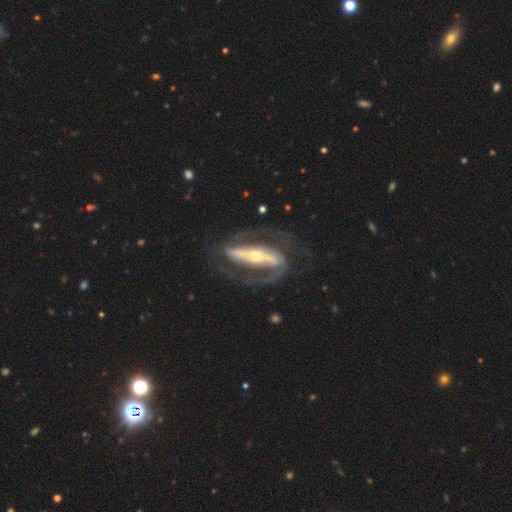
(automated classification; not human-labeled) This appears to be a featured or disk galaxy (92%) with a strong bar (81%), 2 (92%) medium (51%) spiral arms (95%) and a moderate central bulge (51%). Merging: none (77%).